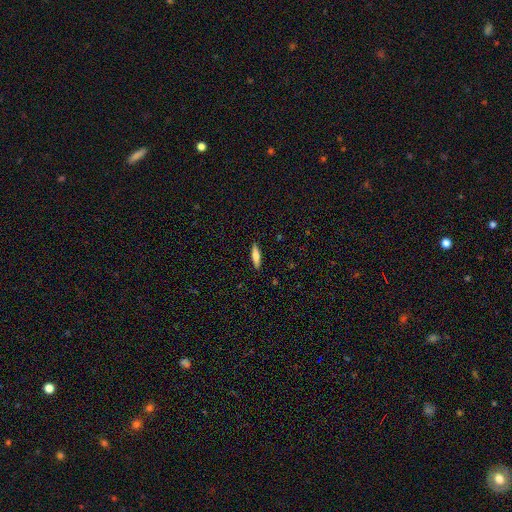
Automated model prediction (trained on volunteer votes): Smooth or featured: smooth — 69% (featured or disk — 24%)
How rounded: cigar-shaped — 67% (in between — 31%)
Merging: none — 89% (minor disturbance — 8%)